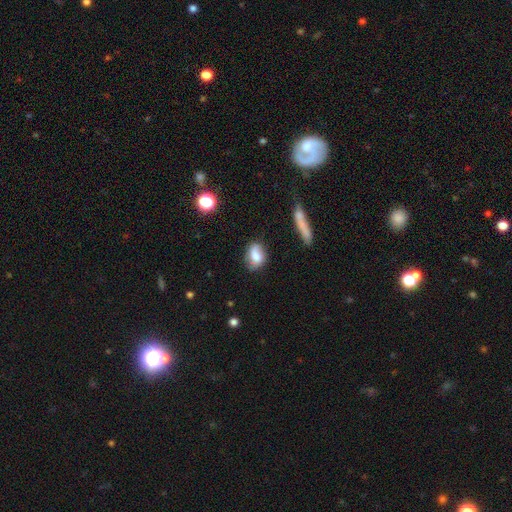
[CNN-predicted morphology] A smooth galaxy with no disk features (66%) that is in between round and cigar-shaped (75%). Merging: none (62%).